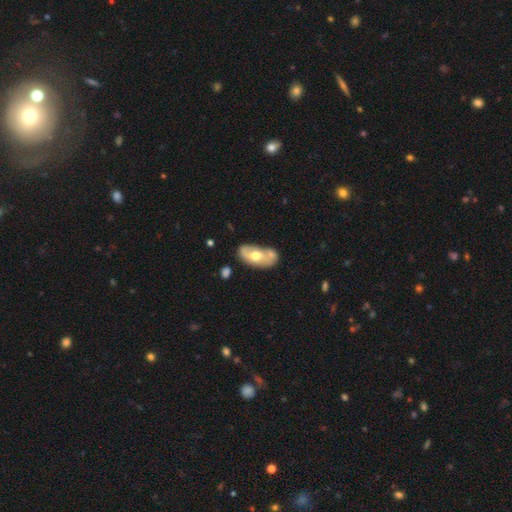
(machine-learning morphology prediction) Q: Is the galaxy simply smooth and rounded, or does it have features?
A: smooth — 49%.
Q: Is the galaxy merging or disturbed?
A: none — 37%.